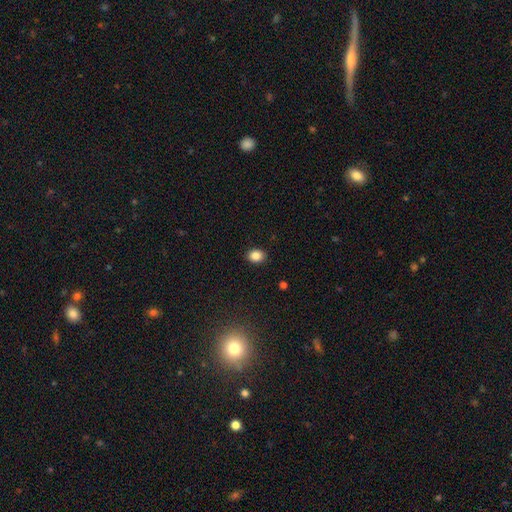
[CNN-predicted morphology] This appears to be a smooth galaxy with no disk features (86%) that is in between round and cigar-shaped (56%). Merging: none (89%).